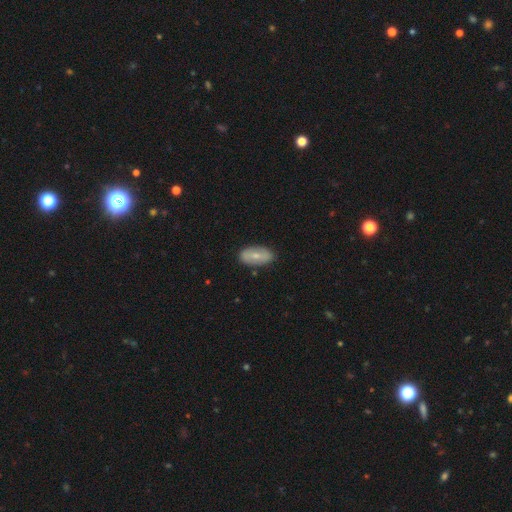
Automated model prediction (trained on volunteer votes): smooth_or_featured: smooth (p=0.58) [alt: featured or disk p=0.35]
how_rounded: in between (p=0.89) [alt: cigar-shaped p=0.06]
merging: none (p=0.85) [alt: minor disturbance p=0.11]